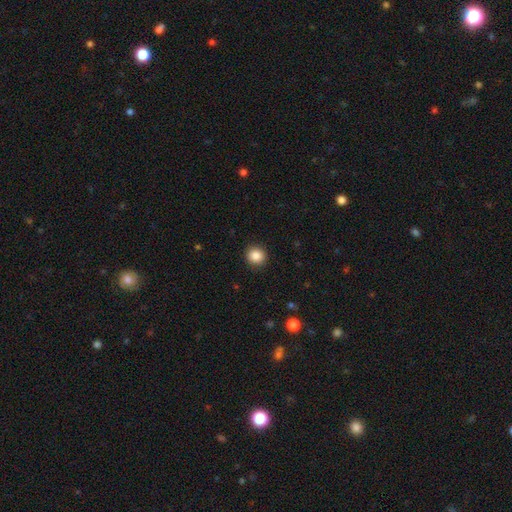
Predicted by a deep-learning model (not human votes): Morphology: type=smooth (87%); roundness=round (91%); merging=none (92%).